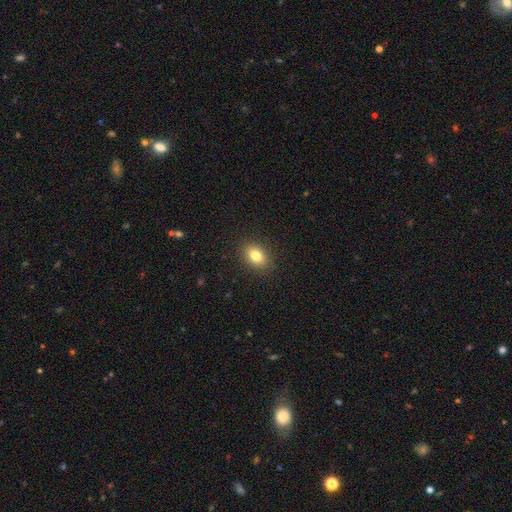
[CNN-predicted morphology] Smooth or featured? Predicted: smooth (p=0.81). How rounded? Predicted: in between (p=0.76). Merging? Predicted: none (p=0.89).